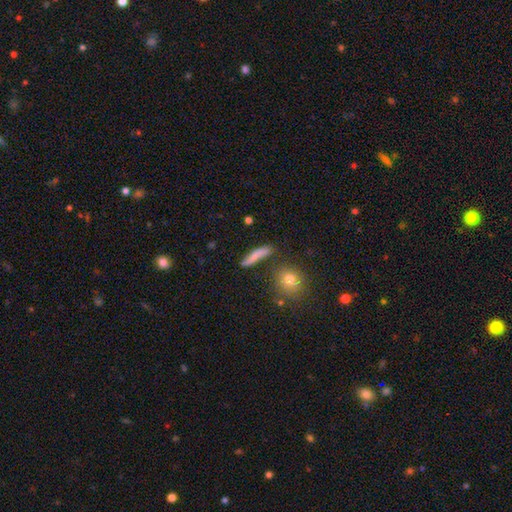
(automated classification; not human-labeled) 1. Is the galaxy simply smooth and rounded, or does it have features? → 68% smooth, 22% featured or disk, 9% star or artifact.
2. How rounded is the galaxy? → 77% cigar-shaped, 18% in between, 5% round.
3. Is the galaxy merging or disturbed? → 65% none, 20% minor disturbance, 8% merger, 7% major disturbance.